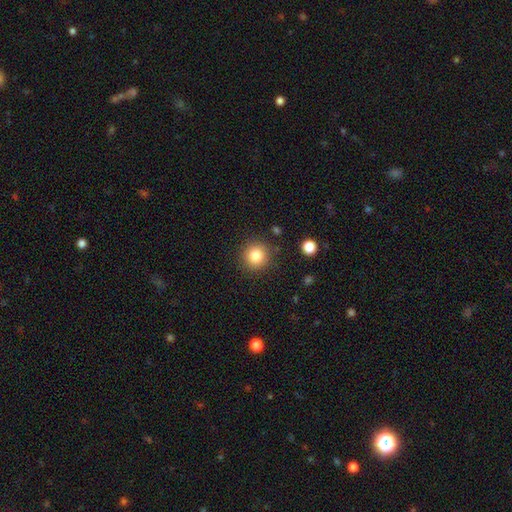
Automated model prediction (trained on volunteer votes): Q: Smooth or featured?
A: smooth (82%); runner-up: star or artifact (11%)
Q: How rounded?
A: round (92%); runner-up: in between (7%)
Q: Merging?
A: none (87%); runner-up: minor disturbance (8%)